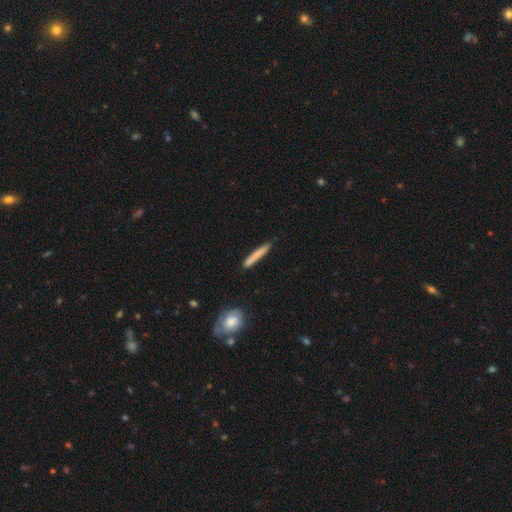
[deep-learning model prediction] smooth_or_featured: smooth (p=0.75) [alt: featured or disk p=0.19]
how_rounded: cigar-shaped (p=0.95) [alt: in between p=0.03]
merging: none (p=0.85) [alt: minor disturbance p=0.11]